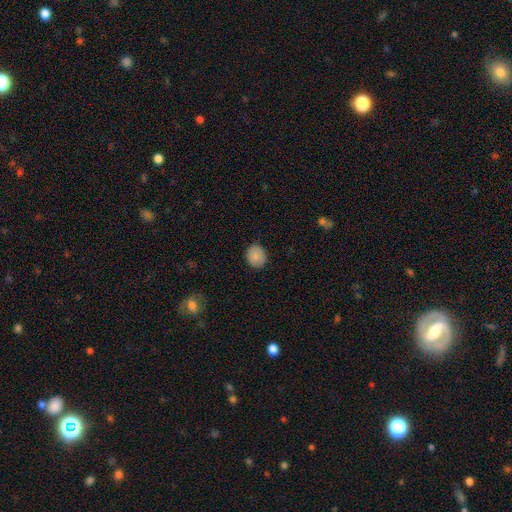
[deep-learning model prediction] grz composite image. It shows a smooth galaxy with no disk features (86%) that is round (70%). Merging: none (85%).